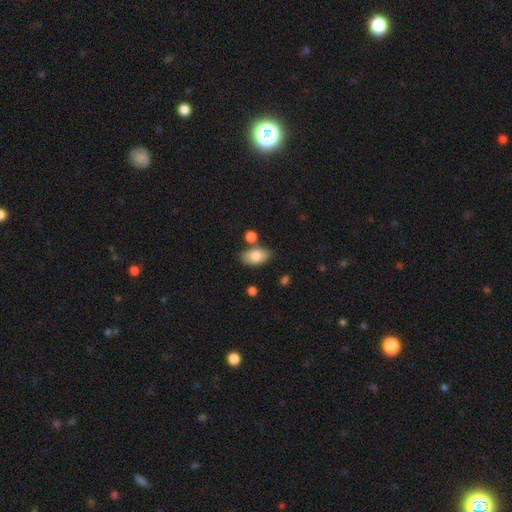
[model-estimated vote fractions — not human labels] Smooth or featured?
  - smooth: 79% *
  - featured or disk: 14%
  - star or artifact: 7%
How rounded?
  - in between: 90% *
  - round: 8%
  - cigar-shaped: 2%
Merging?
  - none: 69% *
  - minor disturbance: 15%
  - merger: 13%
  - major disturbance: 4%